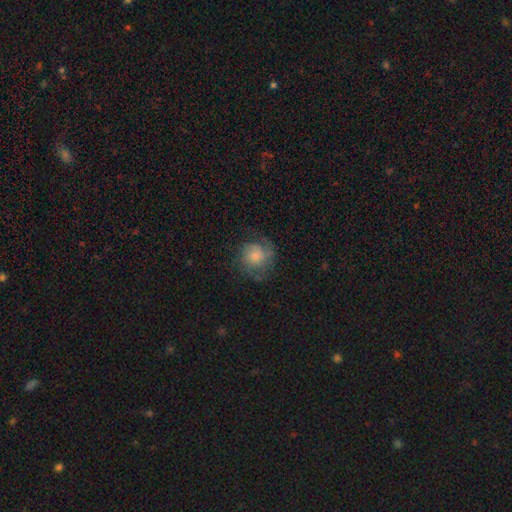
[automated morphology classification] smooth-or-featured: smooth: 54% | featured or disk: 37% | star or artifact: 9%
  how-rounded: round: 86% | in between: 13% | cigar-shaped: 1%
  merging: none: 62% | minor disturbance: 21% | major disturbance: 16% | merger: 1%